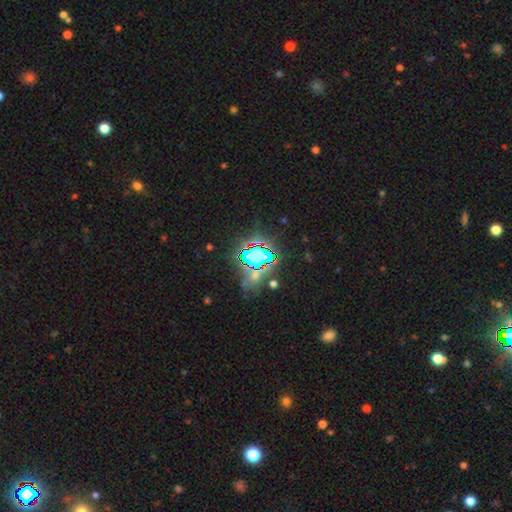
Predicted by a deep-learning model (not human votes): star or artifact 69%, smooth 20%, featured or disk 12%.